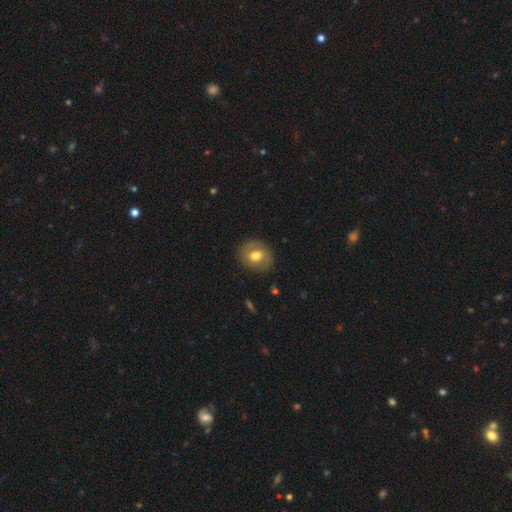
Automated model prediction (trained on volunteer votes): Smooth or featured? smooth (63%)
How rounded? round (65%)
Merging? none (84%)